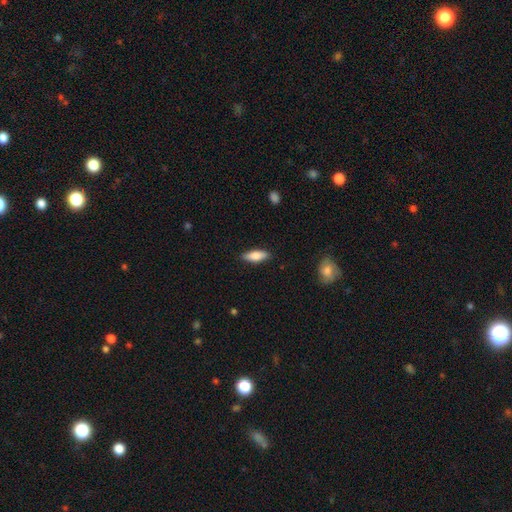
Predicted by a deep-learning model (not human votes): Smooth or featured: smooth — 78% (featured or disk — 16%)
How rounded: in between — 65% (cigar-shaped — 33%)
Merging: none — 87% (minor disturbance — 10%)